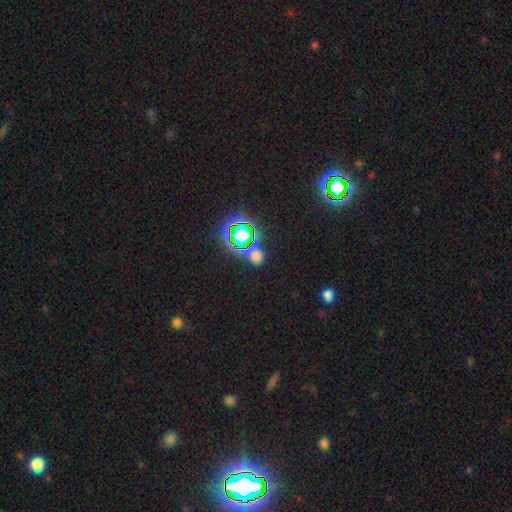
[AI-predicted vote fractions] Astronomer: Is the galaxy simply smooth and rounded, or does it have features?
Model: smooth — 48% (runner-up: star or artifact, 45%).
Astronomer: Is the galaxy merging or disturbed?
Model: none — 74%.